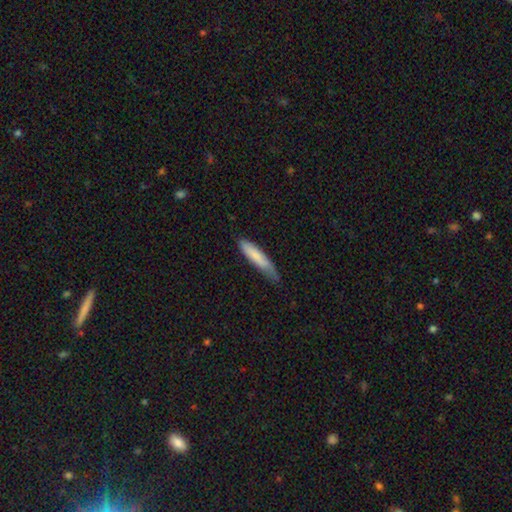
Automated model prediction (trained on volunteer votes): smooth 80%, featured or disk 15%, star or artifact 5%. Down the decision tree: how rounded — cigar-shaped (83%); merging — none (59%).